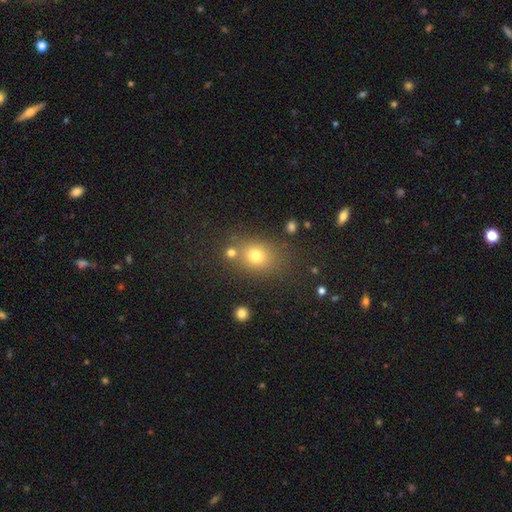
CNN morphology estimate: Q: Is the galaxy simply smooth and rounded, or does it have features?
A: smooth — 73%.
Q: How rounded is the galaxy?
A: round — 53%.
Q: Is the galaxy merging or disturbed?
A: none — 72%.